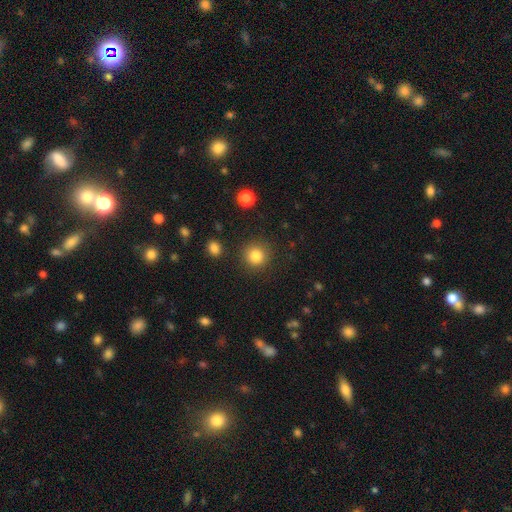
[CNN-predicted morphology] Smooth or featured?
  - smooth: 83% *
  - star or artifact: 11%
  - featured or disk: 5%
How rounded?
  - round: 93% *
  - in between: 6%
  - cigar-shaped: 1%
Merging?
  - none: 89% *
  - minor disturbance: 6%
  - major disturbance: 3%
  - merger: 2%